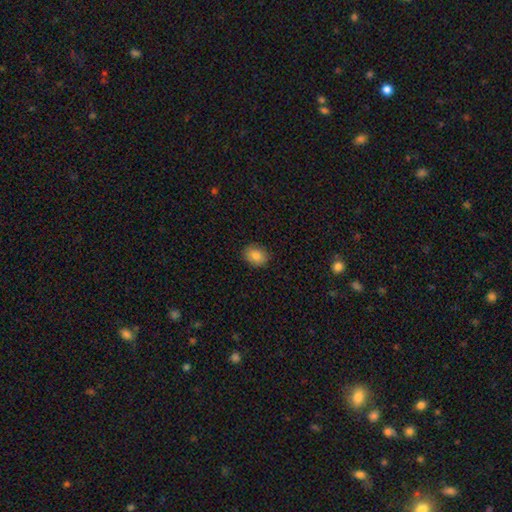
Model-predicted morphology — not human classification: This is clearly a smooth galaxy (85%). How rounded: possibly in between (56%). Merging: clearly none (89%).